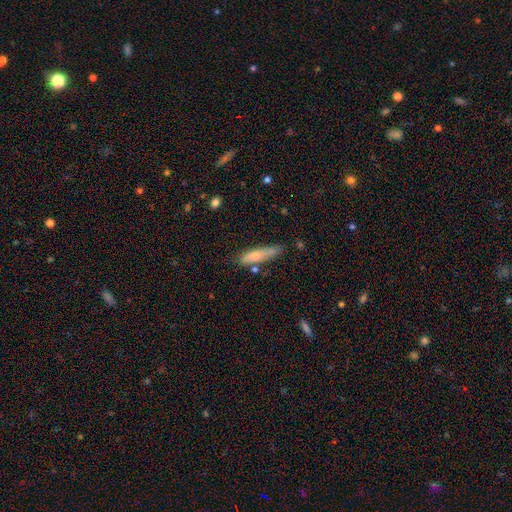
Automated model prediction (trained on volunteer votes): Smooth or featured? smooth (73%)
How rounded? cigar-shaped (76%)
Merging? none (64%)